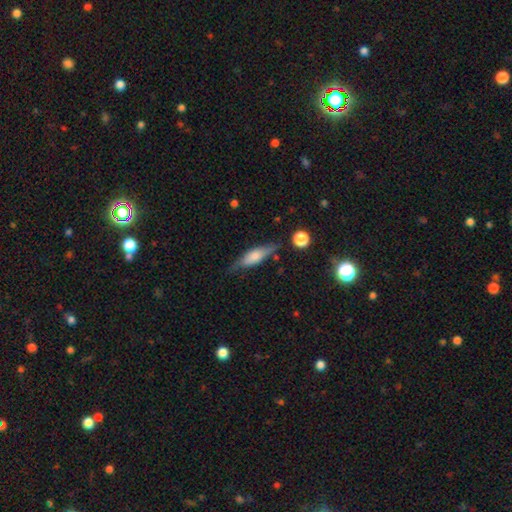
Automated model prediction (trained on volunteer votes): Overall: smooth (53%; featured or disk 40%). How rounded: cigar-shaped (49%; in between 48%). Merging: none (68%).